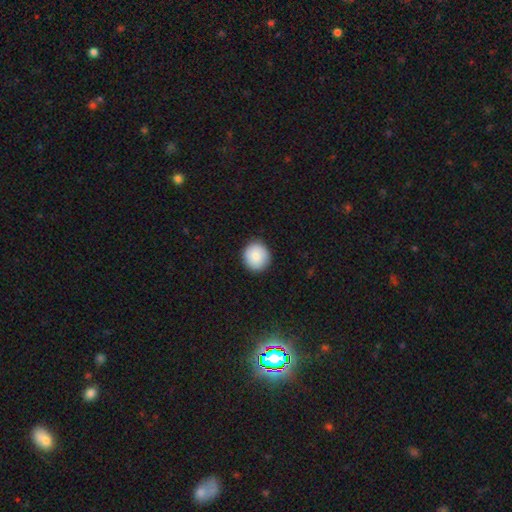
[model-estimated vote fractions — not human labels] This appears to be a smooth galaxy with no disk features (86%) that is round (91%). Merging: none (91%).